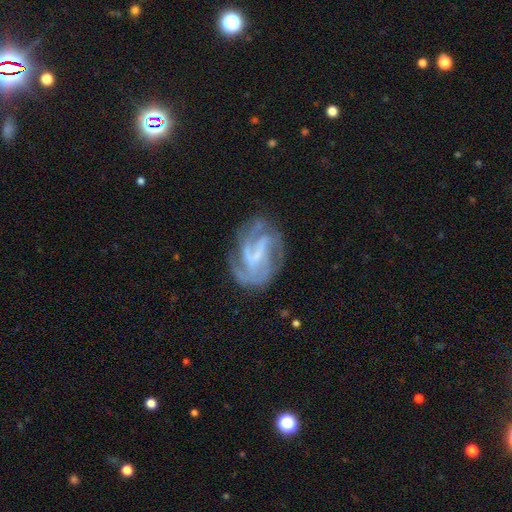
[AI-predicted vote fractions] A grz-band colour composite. It shows a featured or disk galaxy (84%) with a weak bar (44%), 3 (33%) medium (43%) spiral arms (93%) and a small central bulge (51%). Merging: none (67%).